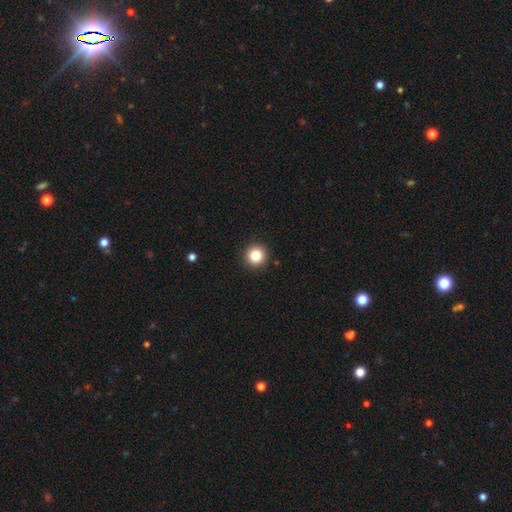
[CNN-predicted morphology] smooth-or-featured: smooth: 85% | star or artifact: 11% | featured or disk: 5%
  how-rounded: round: 95% | in between: 4% | cigar-shaped: 1%
  merging: none: 92% | minor disturbance: 5% | major disturbance: 2% | merger: 1%